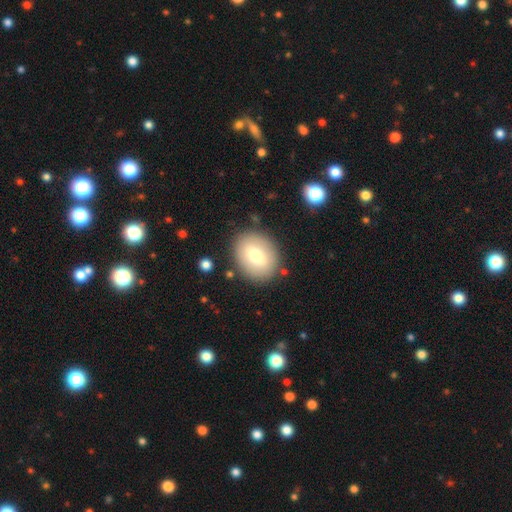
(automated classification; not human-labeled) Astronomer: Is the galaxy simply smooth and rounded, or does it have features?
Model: smooth — 65%.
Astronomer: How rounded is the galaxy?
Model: in between — 54% (runner-up: round, 45%).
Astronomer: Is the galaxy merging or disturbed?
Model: none — 84%.